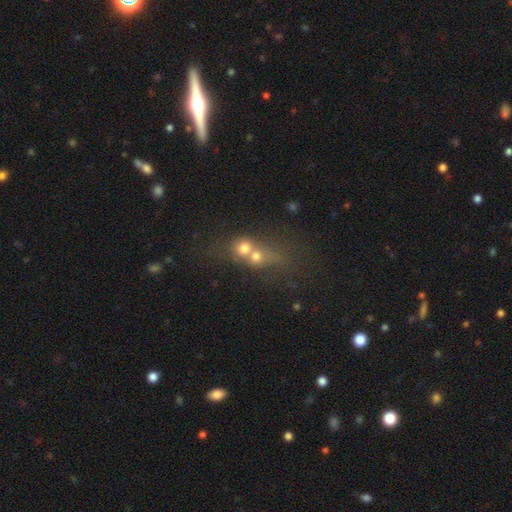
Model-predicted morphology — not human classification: Smooth or featured?
  - smooth: 45% *
  - star or artifact: 28%
  - featured or disk: 27%
Merging?
  - merger: 54% *
  - none: 32%
  - minor disturbance: 8%
  - major disturbance: 6%